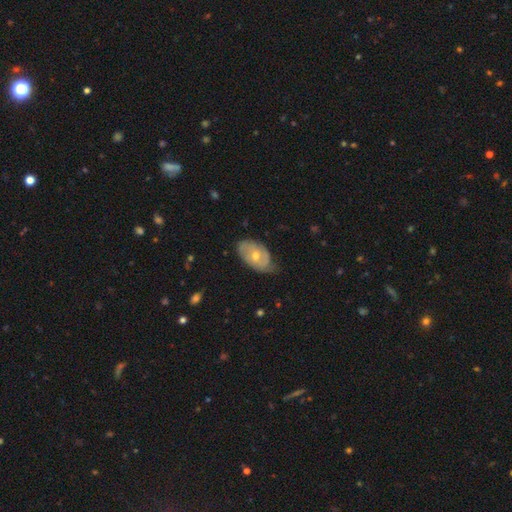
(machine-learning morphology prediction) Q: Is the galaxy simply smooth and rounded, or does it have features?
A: featured or disk — 59%.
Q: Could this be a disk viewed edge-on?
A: no — 92%.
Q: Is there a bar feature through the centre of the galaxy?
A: no — 75%.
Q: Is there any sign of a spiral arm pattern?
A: yes — 67%.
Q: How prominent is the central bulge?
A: moderate — 57%.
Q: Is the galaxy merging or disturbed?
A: none — 64%.